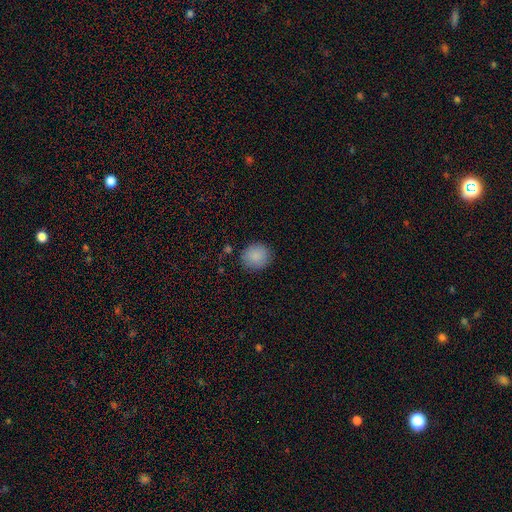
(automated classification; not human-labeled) This is clearly a smooth galaxy (88%). How rounded: clearly round (85%). Merging: clearly none (86%).